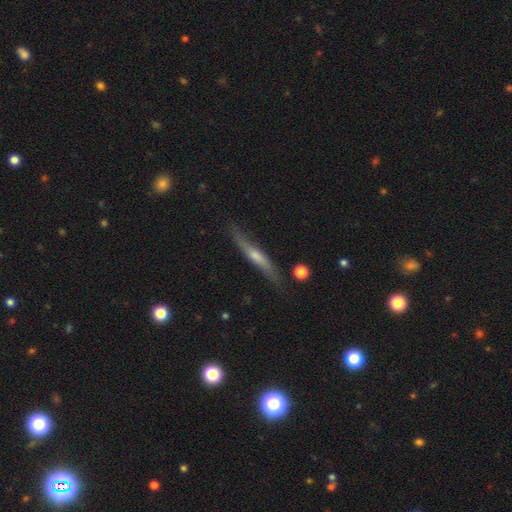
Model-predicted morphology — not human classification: A featured or disk galaxy (60%) viewed edge-on (89%) with a rounded central bulge (61%).

Vote fractions:
- Smooth or featured? featured or disk: 60% / smooth: 33% / star or artifact: 7%
- Edge-on disk? yes: 89% / no: 11%
- Edge-on bulge? rounded: 61% / none: 28% / boxy: 10%
- Merging? none: 77% / minor disturbance: 17% / major disturbance: 4% / merger: 2%